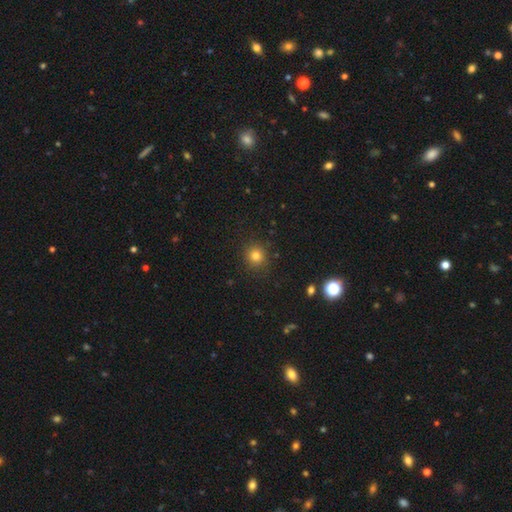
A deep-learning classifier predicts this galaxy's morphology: type=smooth (81%); roundness=round (90%); merging=none (88%).